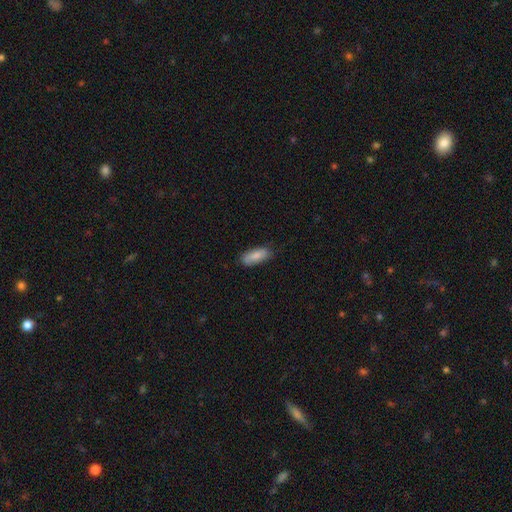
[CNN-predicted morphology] Smooth or featured: smooth — 84% (featured or disk — 10%)
How rounded: in between — 74% (cigar-shaped — 24%)
Merging: none — 77% (minor disturbance — 19%)